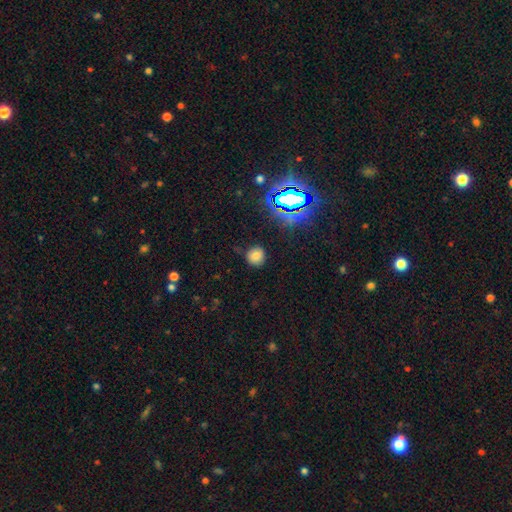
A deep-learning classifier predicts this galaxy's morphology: A smooth galaxy with no disk features (73%) that is round (87%).

Vote fractions:
- Smooth or featured? smooth: 73% / star or artifact: 20% / featured or disk: 7%
- How rounded? round: 87% / in between: 12% / cigar-shaped: 1%
- Merging? none: 82% / minor disturbance: 12% / major disturbance: 3% / merger: 2%